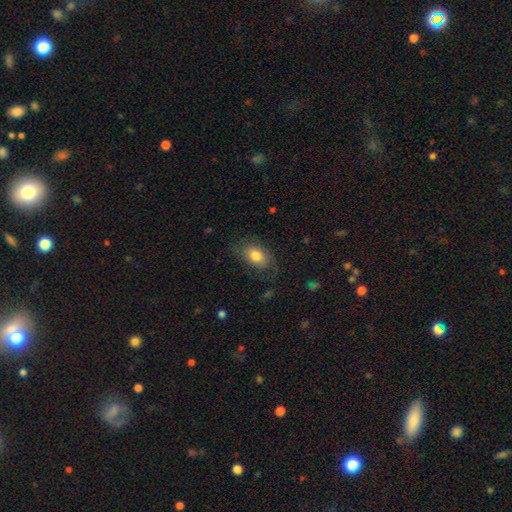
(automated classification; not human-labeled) Smooth or featured? Predicted: smooth (p=0.73). How rounded? Predicted: in between (p=0.84). Merging? Predicted: none (p=0.67).